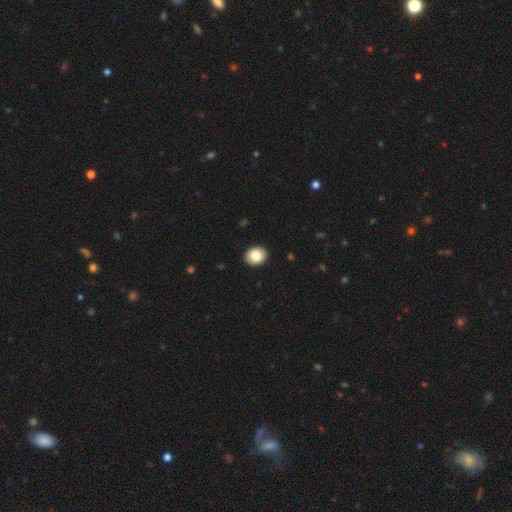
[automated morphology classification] A smooth galaxy with no disk features (85%) that is round (59%).

Vote fractions:
- Smooth or featured? smooth: 85% / star or artifact: 8% / featured or disk: 7%
- How rounded? round: 59% / in between: 40% / cigar-shaped: 1%
- Merging? none: 92% / minor disturbance: 6% / major disturbance: 2% / merger: 1%